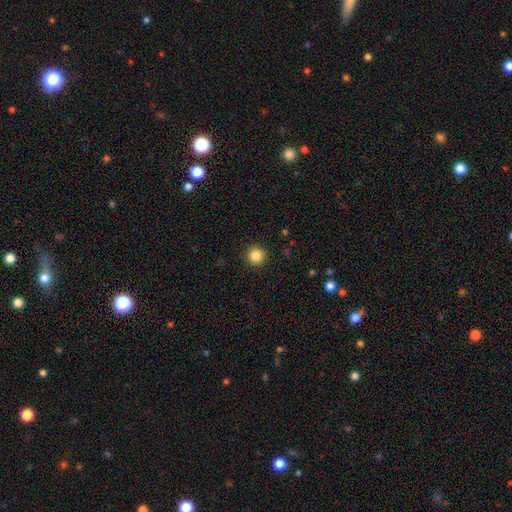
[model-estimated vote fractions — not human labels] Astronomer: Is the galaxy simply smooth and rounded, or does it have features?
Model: smooth — 85%.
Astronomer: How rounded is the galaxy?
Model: round — 96%.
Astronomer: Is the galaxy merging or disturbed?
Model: none — 93%.